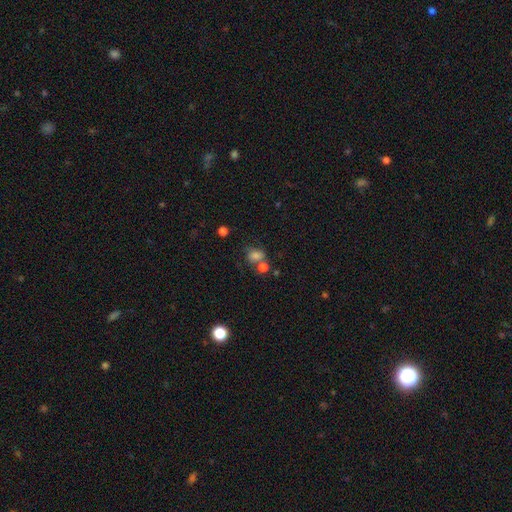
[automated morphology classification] A smooth galaxy with no disk features (73%) that is in between round and cigar-shaped (50%).

Vote fractions:
- Smooth or featured? smooth: 73% / star or artifact: 15% / featured or disk: 12%
- How rounded? in between: 50% / round: 49% / cigar-shaped: 1%
- Merging? none: 46% / merger: 28% / minor disturbance: 17% / major disturbance: 8%